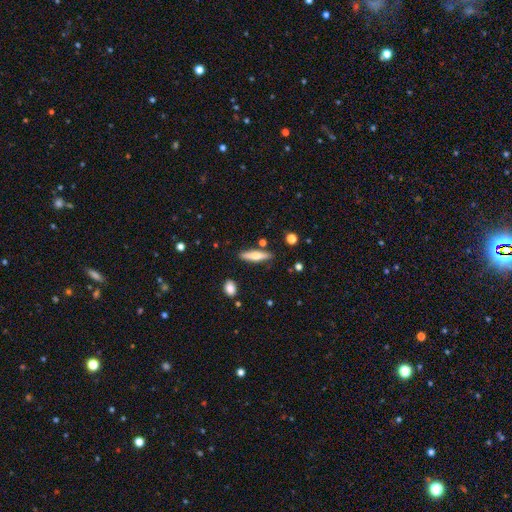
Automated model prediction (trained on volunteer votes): smooth 54%, featured or disk 39%, star or artifact 7%. Down the decision tree: how rounded — cigar-shaped (75%); merging — none (83%).